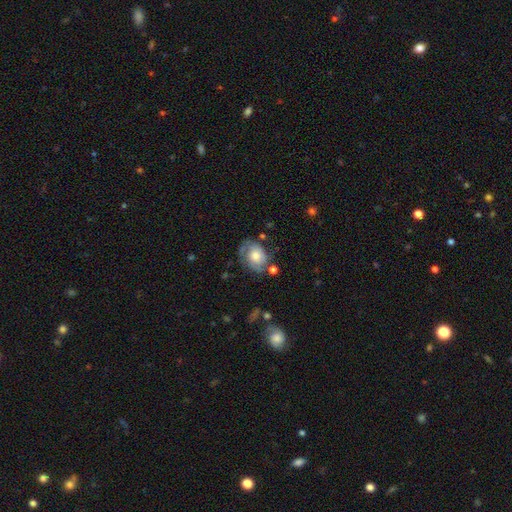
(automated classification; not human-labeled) This is likely a featured or disk galaxy (61%). It is clearly not viewed edge-on (97%). Bar: likely no (78%). Spiral arm pattern: clearly yes (84%). Central bulge: possibly moderate (46%). Merging: possibly none (59%).